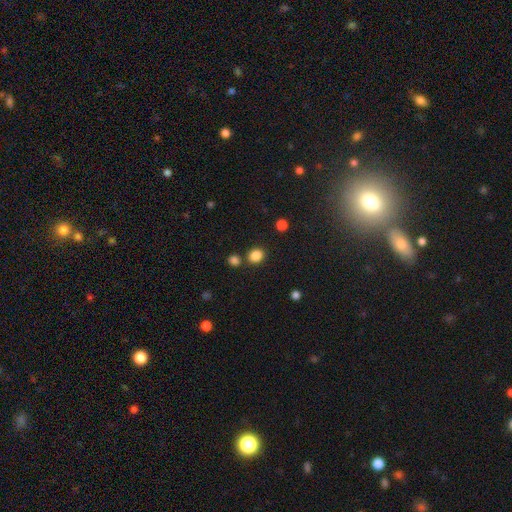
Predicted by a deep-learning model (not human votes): Morphology: type=smooth (85%); roundness=round (70%); merging=none (79%).